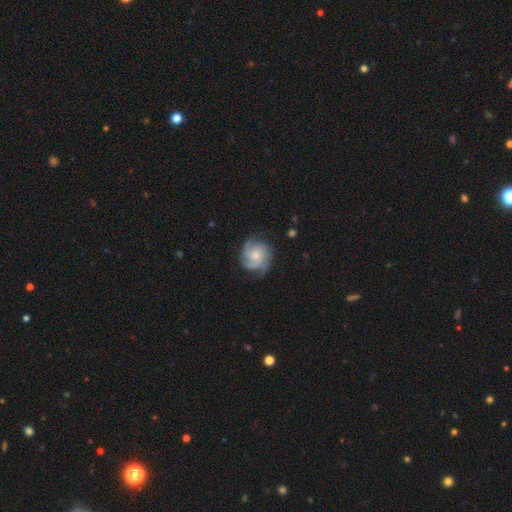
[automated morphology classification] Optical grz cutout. It shows a featured or disk galaxy (69%) with no bar (77%), 3 (44%) tight (47%) spiral arms (94%) and a small central bulge (52%). Merging: none (70%).